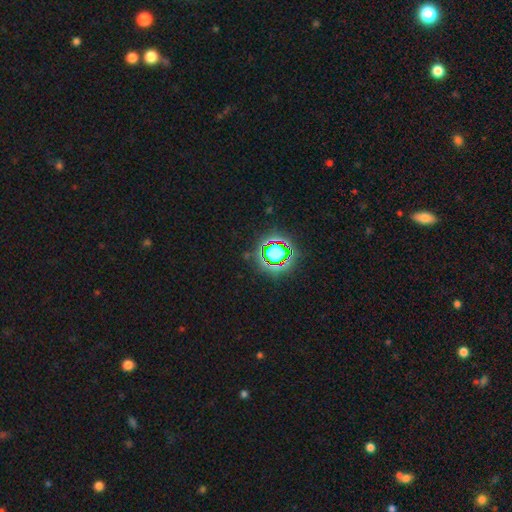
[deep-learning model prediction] Smooth or featured? Predicted: star or artifact (p=0.81).